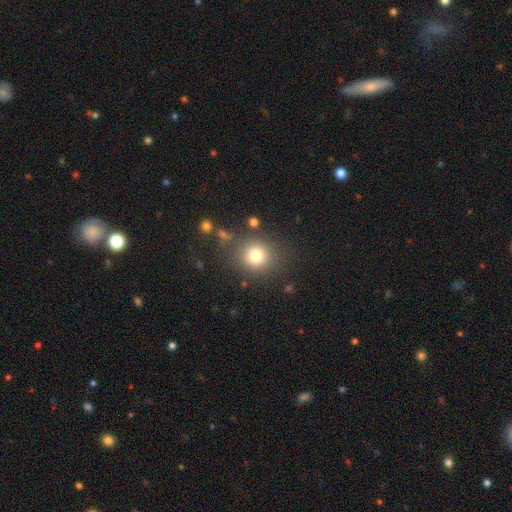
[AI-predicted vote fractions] smooth-or-featured: smooth: 78% | star or artifact: 13% | featured or disk: 9%
  how-rounded: round: 86% | in between: 13% | cigar-shaped: 1%
  merging: none: 81% | minor disturbance: 10% | major disturbance: 5% | merger: 4%